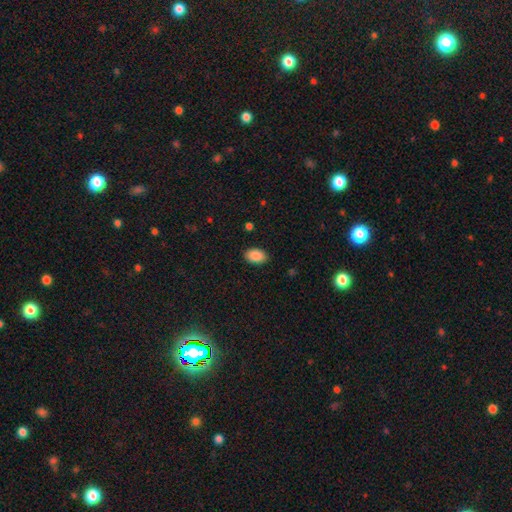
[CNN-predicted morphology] Smooth or featured: smooth — 89% (star or artifact — 7%)
How rounded: in between — 89% (round — 10%)
Merging: none — 88% (minor disturbance — 9%)